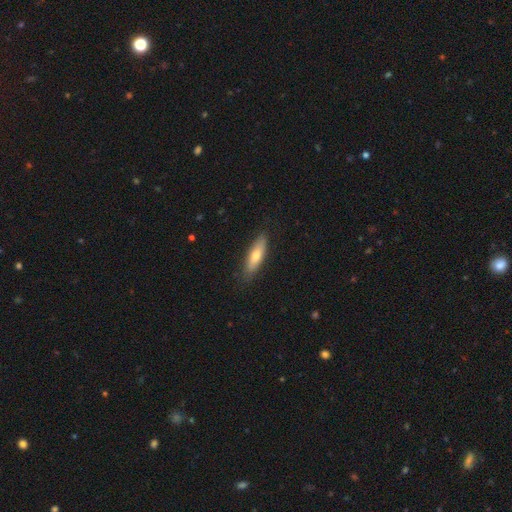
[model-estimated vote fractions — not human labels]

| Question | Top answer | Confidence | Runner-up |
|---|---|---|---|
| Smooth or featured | smooth | 67% | featured or disk (28%) |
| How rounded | cigar-shaped | 54% | in between (44%) |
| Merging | none | 84% | minor disturbance (13%) |